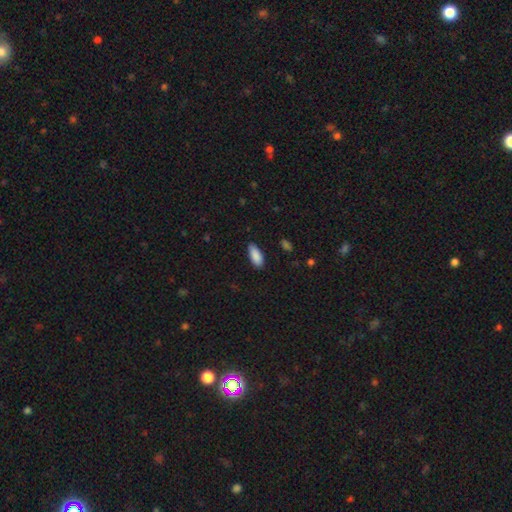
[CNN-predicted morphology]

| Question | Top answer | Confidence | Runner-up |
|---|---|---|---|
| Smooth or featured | smooth | 90% | star or artifact (6%) |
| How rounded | in between | 85% | cigar-shaped (14%) |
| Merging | none | 84% | minor disturbance (13%) |